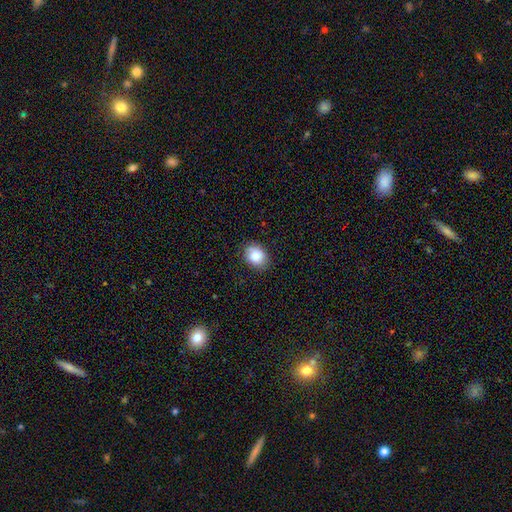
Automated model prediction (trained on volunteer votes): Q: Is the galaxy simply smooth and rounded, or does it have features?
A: smooth — 86%.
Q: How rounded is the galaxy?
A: in between — 56%.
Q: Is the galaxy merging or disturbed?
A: none — 83%.